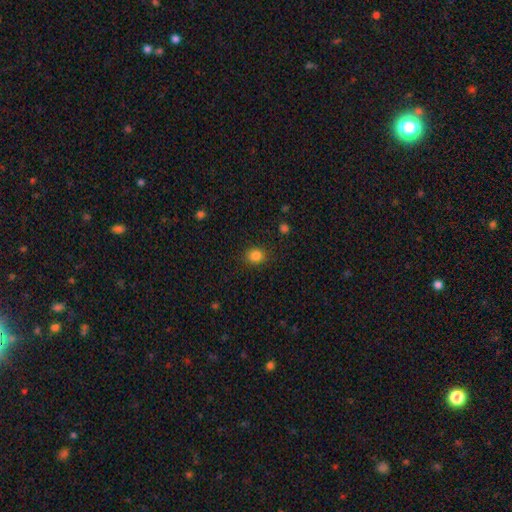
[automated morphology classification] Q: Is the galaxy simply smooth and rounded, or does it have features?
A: smooth — 84%.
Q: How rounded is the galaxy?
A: round — 71%.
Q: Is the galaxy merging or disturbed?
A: none — 86%.